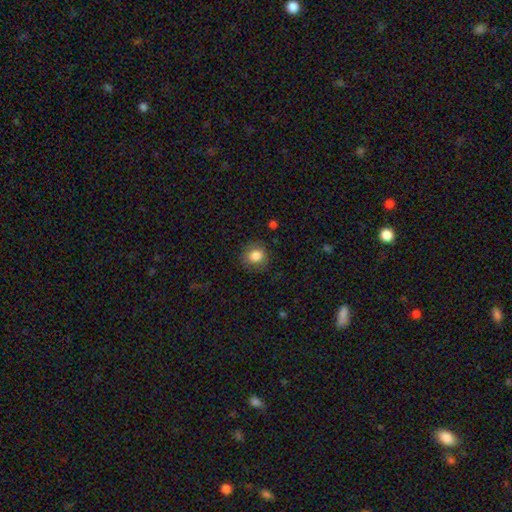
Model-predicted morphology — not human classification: Overall: smooth (84%). How rounded: round (82%). Merging: none (81%).